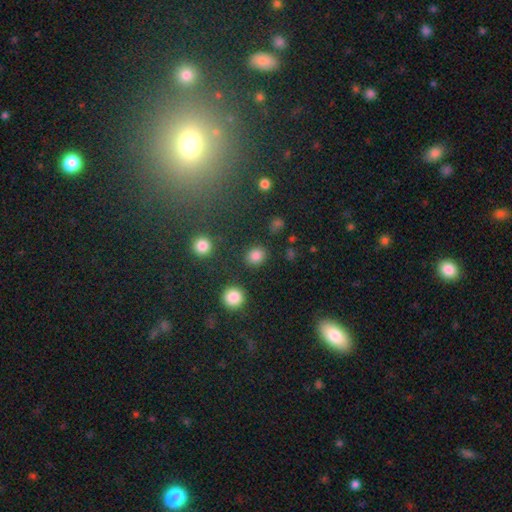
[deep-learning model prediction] Smooth or featured?
  - smooth: 83% *
  - star or artifact: 12%
  - featured or disk: 4%
How rounded?
  - round: 67% *
  - in between: 31%
  - cigar-shaped: 1%
Merging?
  - none: 85% *
  - minor disturbance: 8%
  - major disturbance: 3%
  - merger: 3%